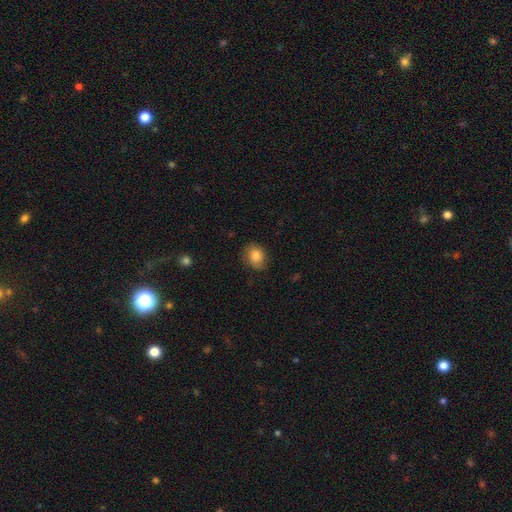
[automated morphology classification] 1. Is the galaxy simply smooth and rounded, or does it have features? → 79% smooth, 13% featured or disk, 9% star or artifact.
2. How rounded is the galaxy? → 55% round, 44% in between, 1% cigar-shaped.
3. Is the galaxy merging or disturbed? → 75% none, 19% minor disturbance, 5% major disturbance, 1% merger.